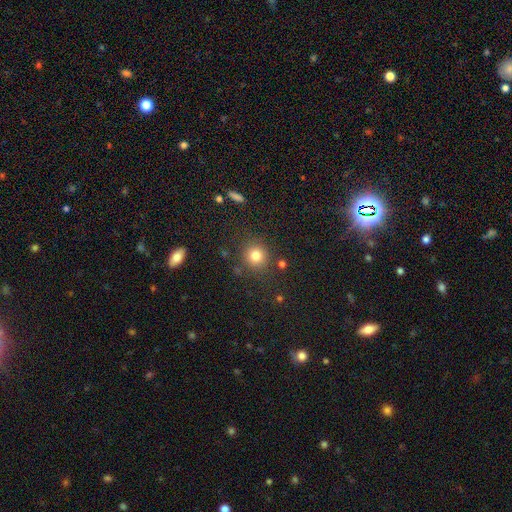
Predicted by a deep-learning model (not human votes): Smooth or featured? Predicted: smooth (p=0.81). How rounded? Predicted: round (p=0.90). Merging? Predicted: none (p=0.84).